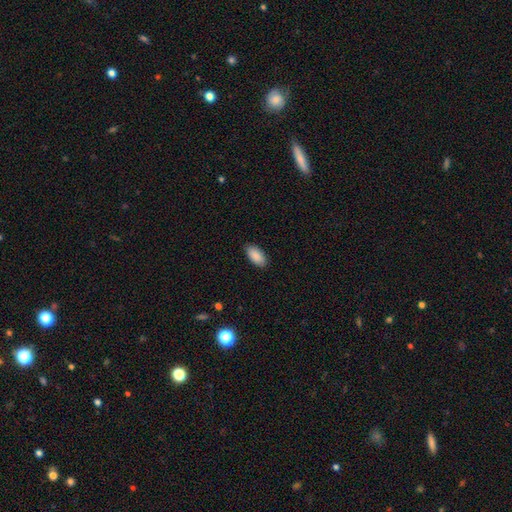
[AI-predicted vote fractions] This appears to be a smooth galaxy with no disk features (90%) that is in between round and cigar-shaped (94%). Merging: none (88%).